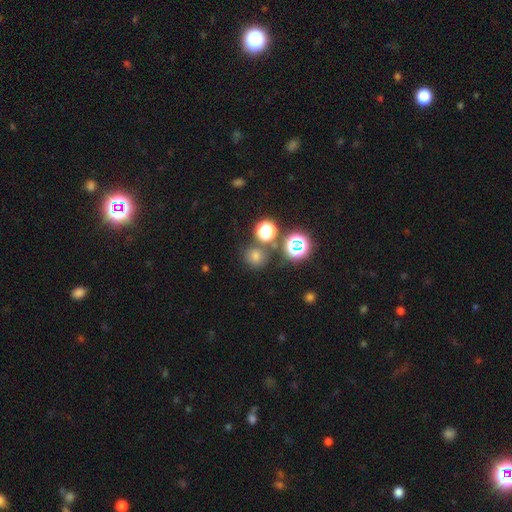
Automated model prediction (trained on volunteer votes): This is possibly a smooth galaxy (59%). How rounded: clearly round (89%). Merging: likely none (76%).